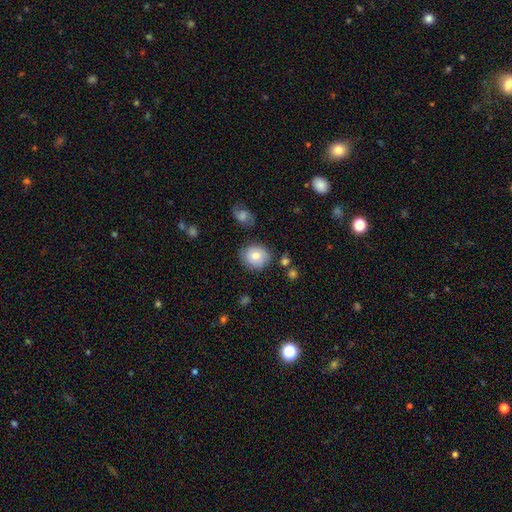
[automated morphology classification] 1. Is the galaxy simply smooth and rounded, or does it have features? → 70% smooth, 22% featured or disk, 9% star or artifact.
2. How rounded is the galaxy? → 84% round, 15% in between, 1% cigar-shaped.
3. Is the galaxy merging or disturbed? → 75% none, 17% minor disturbance, 5% major disturbance, 3% merger.